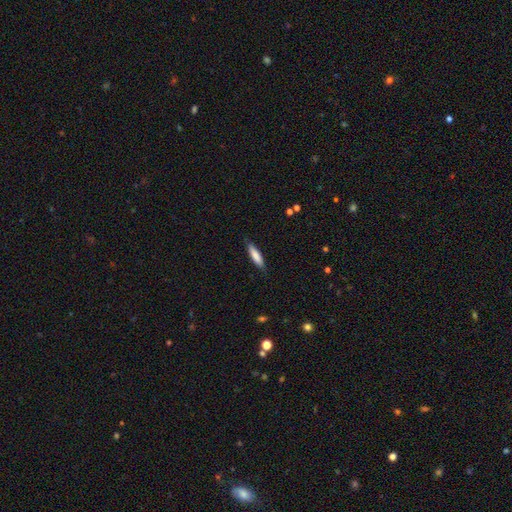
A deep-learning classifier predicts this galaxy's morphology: Overall: smooth (81%). How rounded: cigar-shaped (76%). Merging: none (85%).